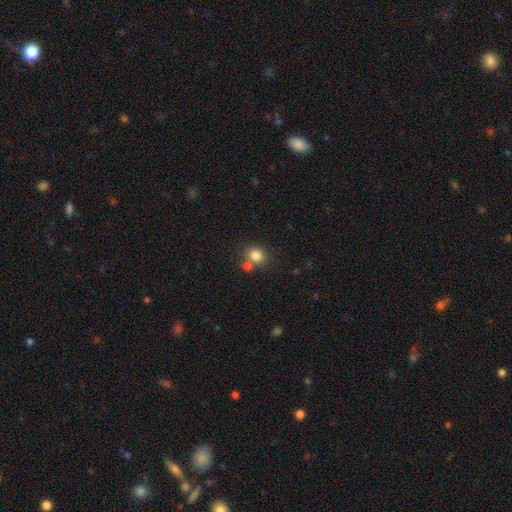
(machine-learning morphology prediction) This is clearly a smooth galaxy (82%). How rounded: likely round (75%). Merging: likely none (63%).